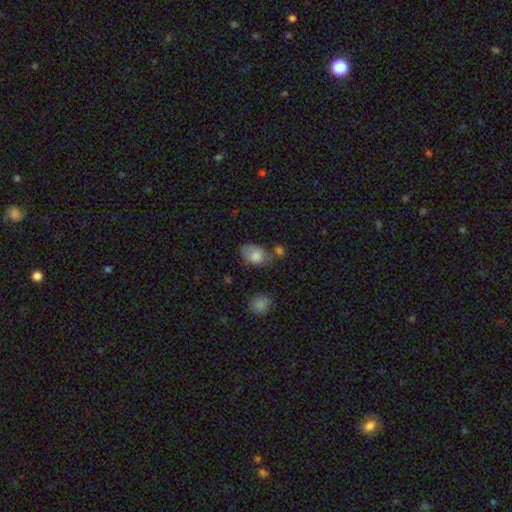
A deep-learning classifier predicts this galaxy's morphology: smooth 80%, featured or disk 12%, star or artifact 8%. Down the decision tree: how rounded — in between (83%); merging — none (46%).